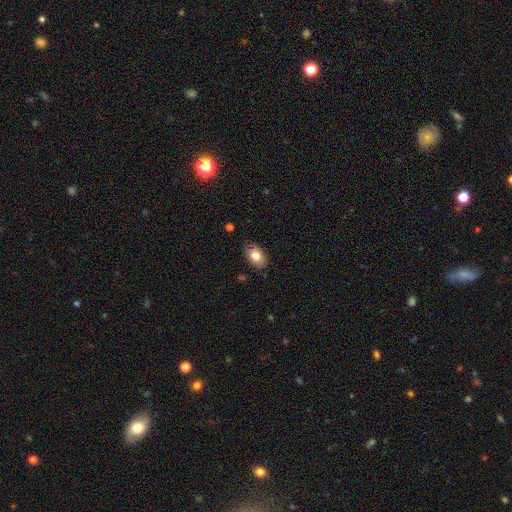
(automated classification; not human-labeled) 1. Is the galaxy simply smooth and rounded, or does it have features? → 78% smooth, 14% featured or disk, 8% star or artifact.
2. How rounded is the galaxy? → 87% in between, 12% round, 1% cigar-shaped.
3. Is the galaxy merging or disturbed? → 82% none, 14% minor disturbance, 2% major disturbance, 1% merger.